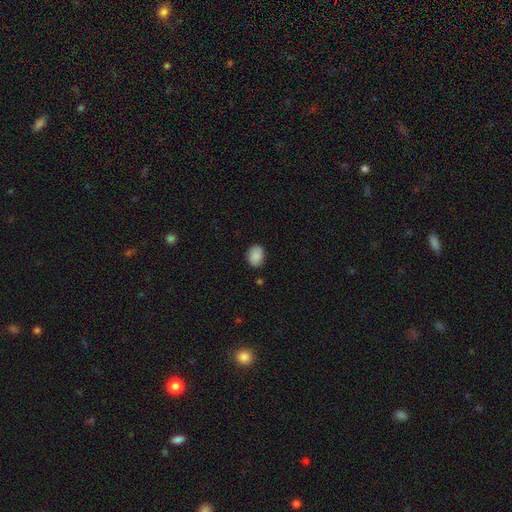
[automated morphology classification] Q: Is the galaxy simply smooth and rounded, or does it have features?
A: smooth — 88%.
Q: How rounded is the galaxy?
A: in between — 63%.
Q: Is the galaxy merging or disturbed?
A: none — 82%.